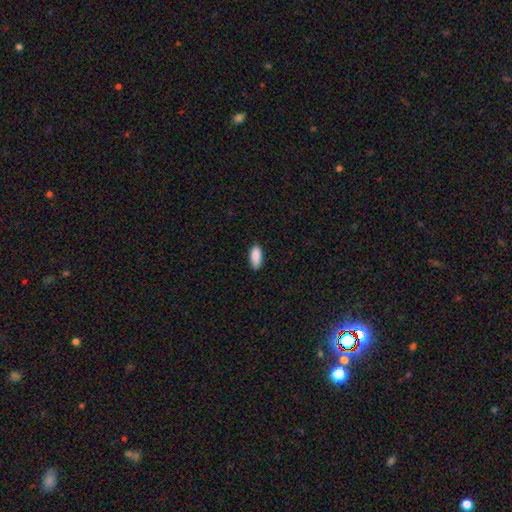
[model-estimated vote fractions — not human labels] This is clearly a smooth galaxy (90%). How rounded: clearly in between (85%). Merging: clearly none (85%).